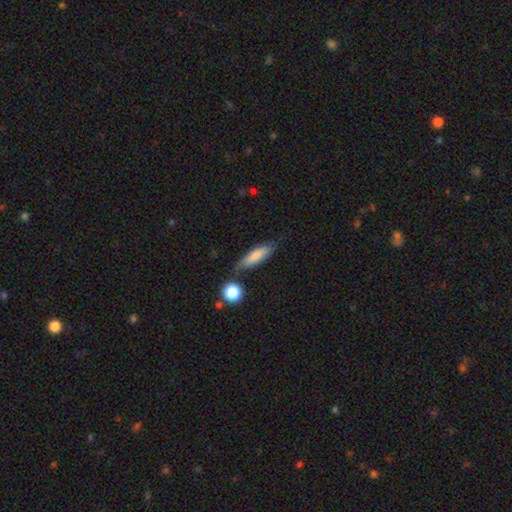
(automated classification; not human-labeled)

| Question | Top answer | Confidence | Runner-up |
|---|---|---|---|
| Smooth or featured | smooth | 74% | featured or disk (19%) |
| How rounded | cigar-shaped | 62% | in between (35%) |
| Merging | none | 71% | minor disturbance (18%) |